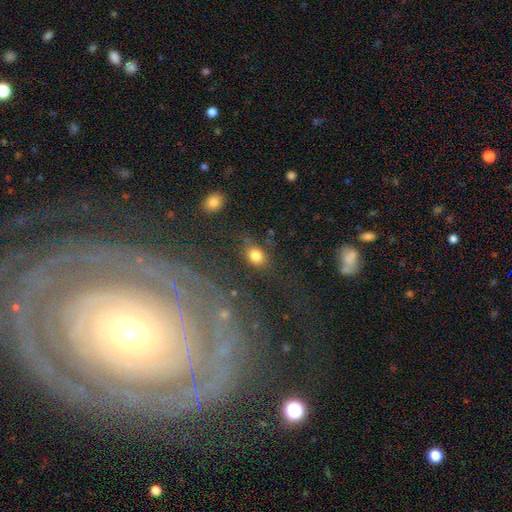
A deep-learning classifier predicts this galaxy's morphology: smooth-or-featured: smooth: 79% | star or artifact: 11% | featured or disk: 10%
  how-rounded: in between: 54% | round: 44% | cigar-shaped: 3%
  merging: none: 72% | minor disturbance: 16% | major disturbance: 7% | merger: 5%